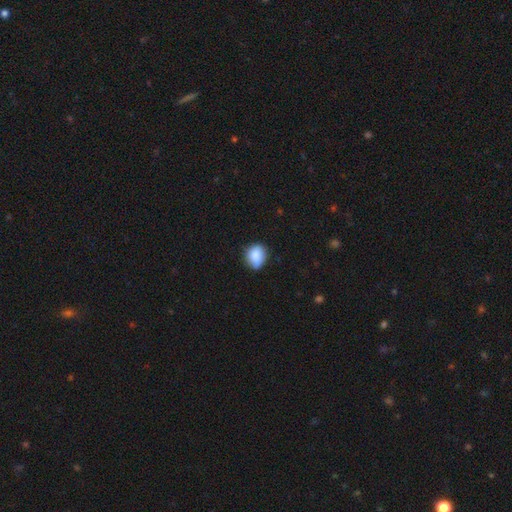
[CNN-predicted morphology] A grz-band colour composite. It shows a smooth galaxy with no disk features (86%) that is round (56%). Merging: none (72%).